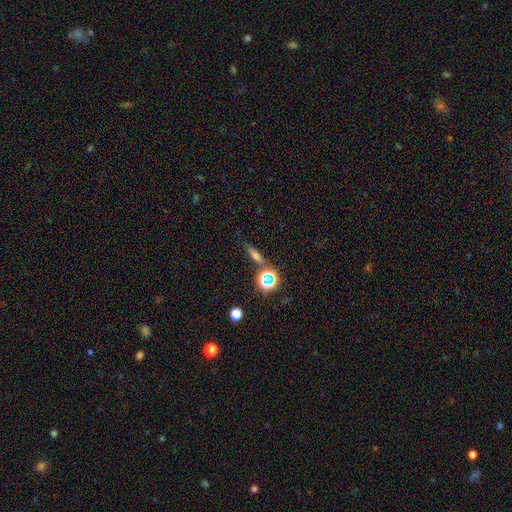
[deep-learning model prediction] Smooth or featured?
  - smooth: 47% *
  - star or artifact: 28%
  - featured or disk: 25%
Merging?
  - none: 77% *
  - merger: 9%
  - minor disturbance: 9%
  - major disturbance: 4%